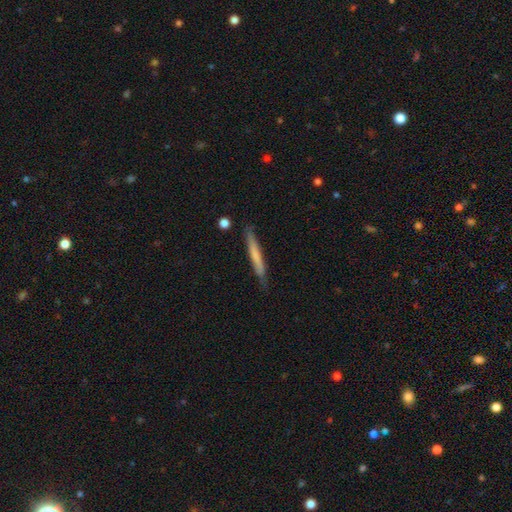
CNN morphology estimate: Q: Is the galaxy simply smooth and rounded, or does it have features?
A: smooth — 62%.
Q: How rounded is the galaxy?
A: cigar-shaped — 96%.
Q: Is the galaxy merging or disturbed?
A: none — 81%.